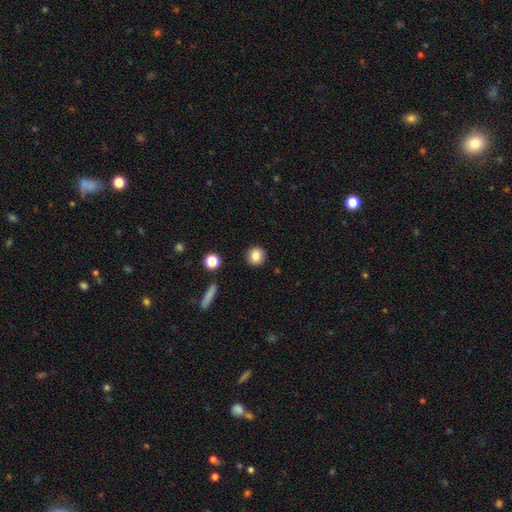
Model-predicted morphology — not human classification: smooth-or-featured: smooth: 85% | star or artifact: 9% | featured or disk: 6%
  how-rounded: round: 93% | in between: 6% | cigar-shaped: 1%
  merging: none: 91% | minor disturbance: 5% | major disturbance: 2% | merger: 2%